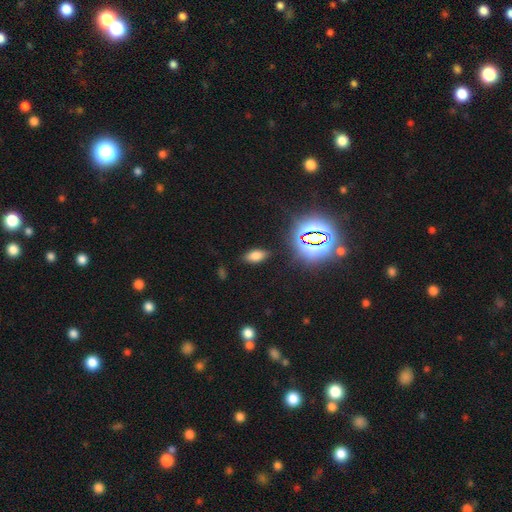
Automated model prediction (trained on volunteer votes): Q: Smooth or featured?
A: smooth (69%); runner-up: star or artifact (23%)
Q: How rounded?
A: in between (89%); runner-up: cigar-shaped (6%)
Q: Merging?
A: none (86%); runner-up: minor disturbance (10%)